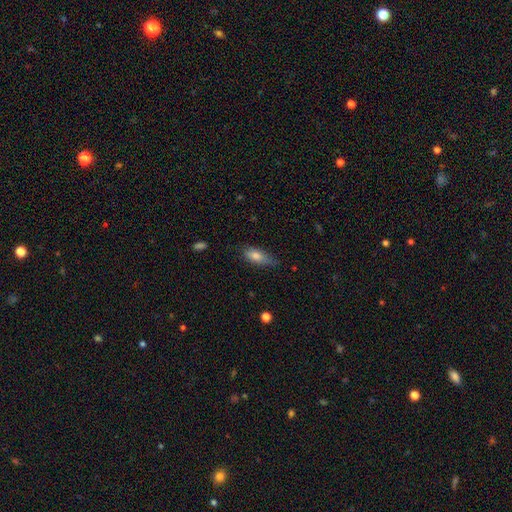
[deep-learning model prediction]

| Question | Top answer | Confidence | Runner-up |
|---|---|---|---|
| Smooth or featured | smooth | 76% | featured or disk (16%) |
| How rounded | in between | 73% | cigar-shaped (24%) |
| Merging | none | 58% | minor disturbance (32%) |